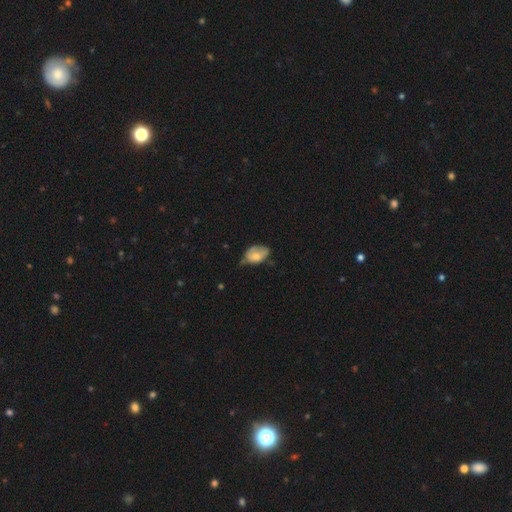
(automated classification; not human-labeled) This appears to be a smooth galaxy with no disk features (68%) that is in between round and cigar-shaped (86%). Merging: minor disturbance (46%).